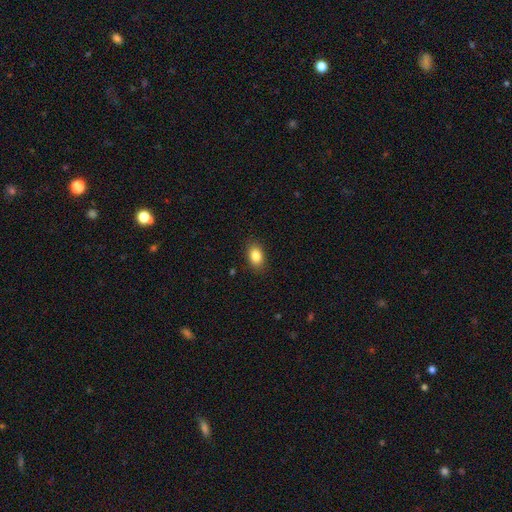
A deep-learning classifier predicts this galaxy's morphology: This appears to be a smooth galaxy with no disk features (85%) that is in between round and cigar-shaped (82%). Merging: none (88%).